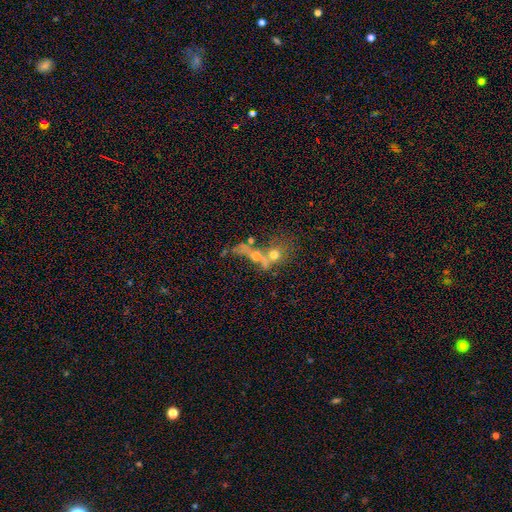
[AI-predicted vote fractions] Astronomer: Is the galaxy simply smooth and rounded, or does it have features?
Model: smooth — 42% (runner-up: featured or disk, 39%).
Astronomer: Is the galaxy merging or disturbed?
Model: merger — 55%.